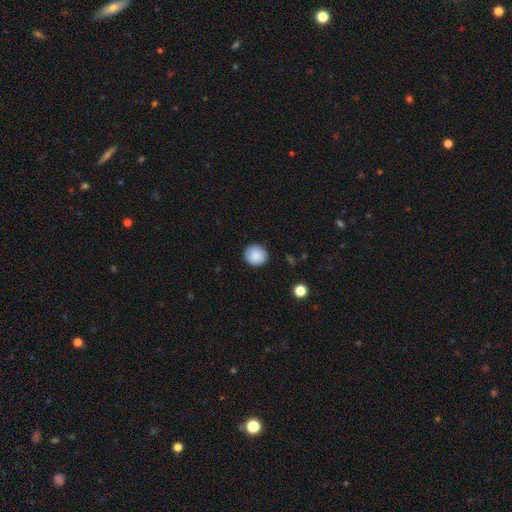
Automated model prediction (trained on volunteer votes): Smooth or featured? smooth (84%)
How rounded? round (89%)
Merging? none (87%)